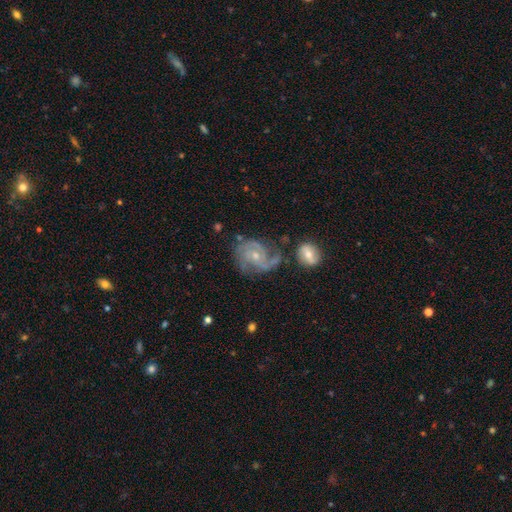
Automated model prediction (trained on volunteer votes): Smooth or featured? featured or disk (86%)
Edge-on disk? no (98%)
Bar? no (63%)
Spiral arms? yes (96%)
Spiral winding? medium (46%)
Spiral arm count? 2 (40%)
Bulge size? small (58%)
Merging? none (57%)